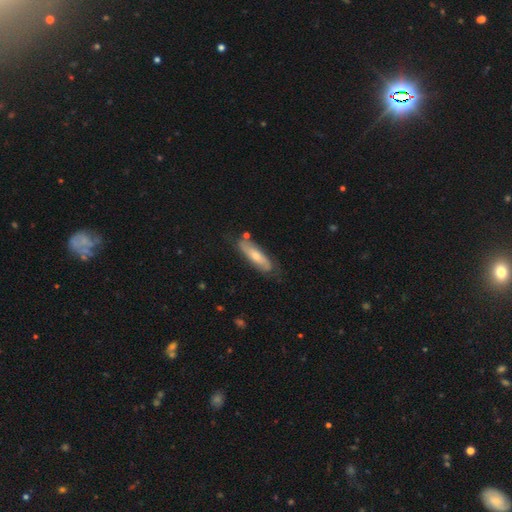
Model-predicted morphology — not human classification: featured or disk 48%, smooth 45%, star or artifact 7%. Down the decision tree: merging — none (73%).